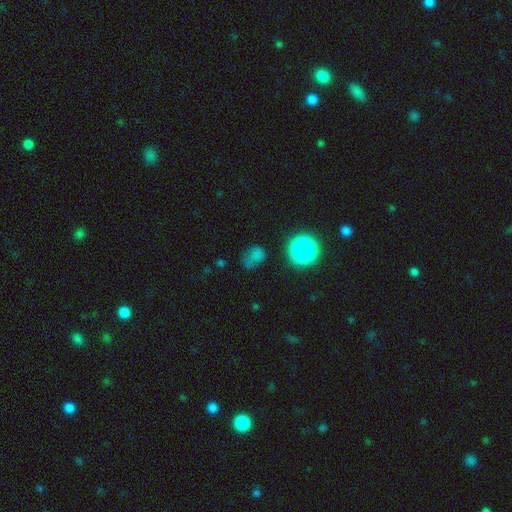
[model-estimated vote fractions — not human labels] smooth_or_featured: smooth (p=0.64) [alt: star or artifact p=0.24]
how_rounded: round (p=0.53) [alt: in between p=0.45]
merging: none (p=0.52) [alt: minor disturbance p=0.25]